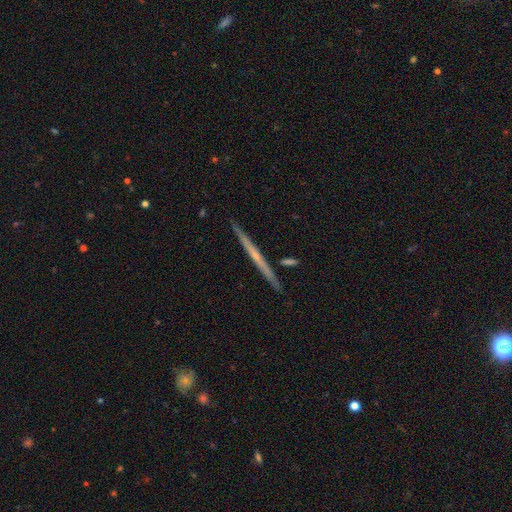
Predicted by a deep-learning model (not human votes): A featured or disk galaxy (67%) viewed edge-on (98%) with no central bulge (69%). Merging: none (90%).